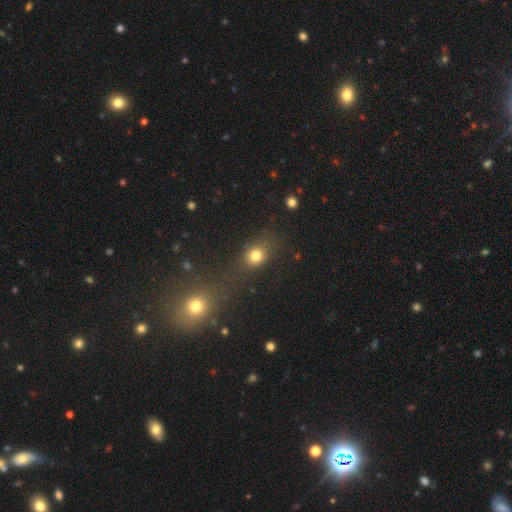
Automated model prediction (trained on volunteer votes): Smooth or featured?
  - smooth: 79% *
  - star or artifact: 14%
  - featured or disk: 7%
How rounded?
  - round: 60% *
  - in between: 38%
  - cigar-shaped: 3%
Merging?
  - none: 62% *
  - minor disturbance: 14%
  - merger: 14%
  - major disturbance: 9%